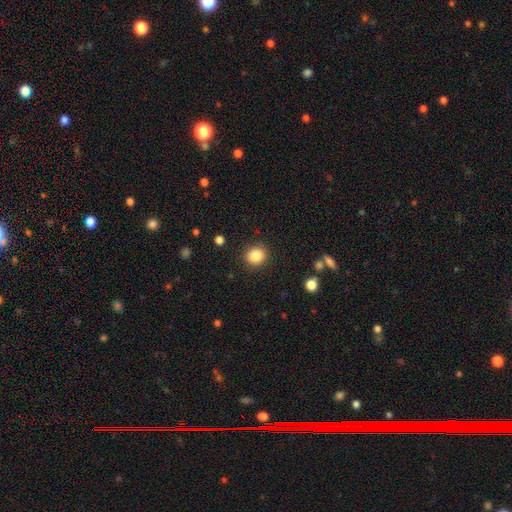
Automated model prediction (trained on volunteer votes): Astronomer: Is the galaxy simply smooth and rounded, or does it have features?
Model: smooth — 85%.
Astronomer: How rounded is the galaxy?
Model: round — 84%.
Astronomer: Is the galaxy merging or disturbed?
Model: none — 90%.